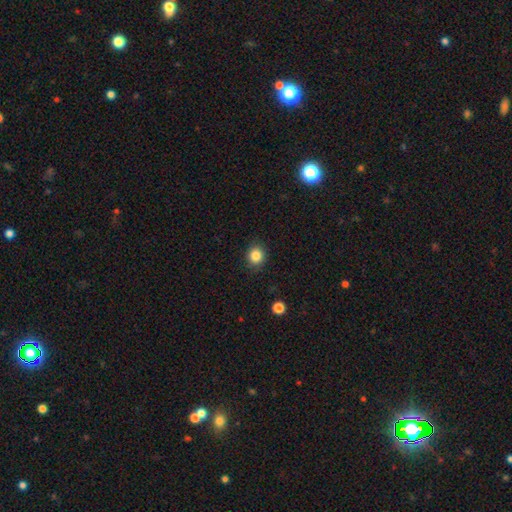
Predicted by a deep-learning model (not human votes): smooth 84%, star or artifact 11%, featured or disk 5%. Down the decision tree: how rounded — round (82%); merging — none (89%).